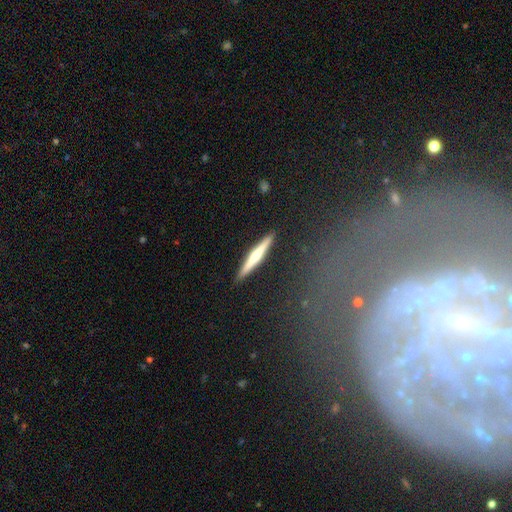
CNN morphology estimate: smooth-or-featured: featured or disk: 52% | smooth: 42% | star or artifact: 6%
  disk-edge-on: yes: 97% | no: 3%
    edge-on-bulge: rounded: 54% | none: 32% | boxy: 13%
  merging: none: 91% | minor disturbance: 6% | major disturbance: 2% | merger: 1%